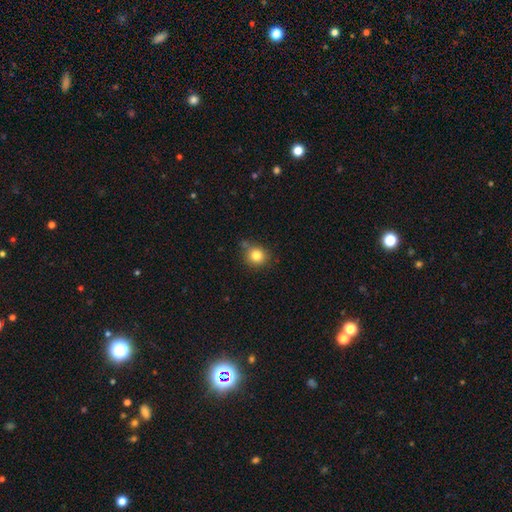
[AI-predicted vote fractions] smooth_or_featured: smooth (p=0.82) [alt: star or artifact p=0.11]
how_rounded: round (p=0.87) [alt: in between p=0.12]
merging: none (p=0.73) [alt: minor disturbance p=0.17]